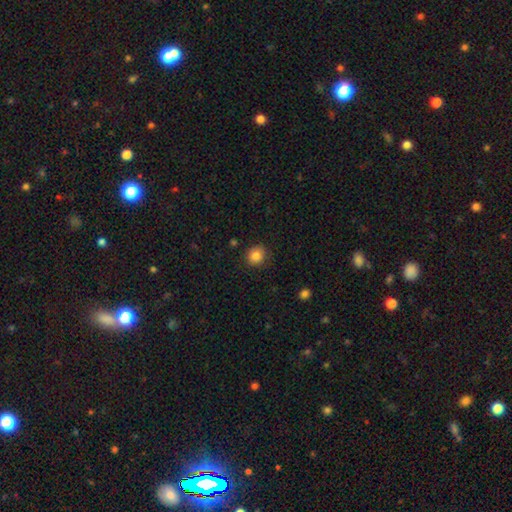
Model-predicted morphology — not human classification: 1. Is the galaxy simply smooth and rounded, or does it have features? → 84% smooth, 10% star or artifact, 6% featured or disk.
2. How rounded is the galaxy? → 81% round, 18% in between, 1% cigar-shaped.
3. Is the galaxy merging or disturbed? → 86% none, 10% minor disturbance, 2% major disturbance, 1% merger.